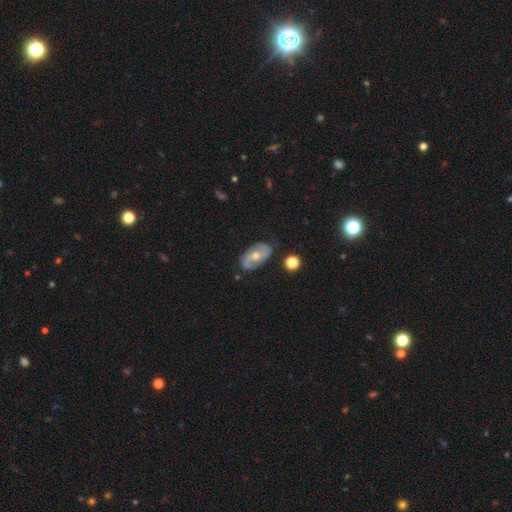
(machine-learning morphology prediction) featured or disk 69%, smooth 23%, star or artifact 8%. Down the decision tree: edge-on disk — no (93%); bar — no (61%); spiral arms — yes (80%); spiral arm count — 2 (81%); spiral winding — medium (41%); bulge size — moderate (67%); merging — none (80%).